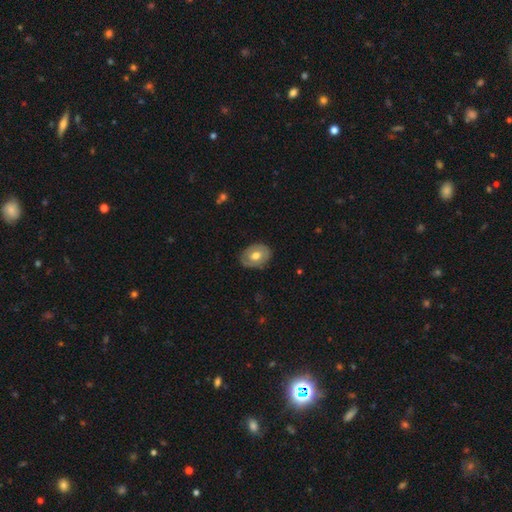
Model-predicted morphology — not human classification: A smooth galaxy with no disk features (56%) that is in between round and cigar-shaped (64%).

Vote fractions:
- Smooth or featured? smooth: 56% / featured or disk: 38% / star or artifact: 6%
- How rounded? in between: 64% / round: 35% / cigar-shaped: 1%
- Merging? none: 80% / minor disturbance: 16% / major disturbance: 3% / merger: 1%